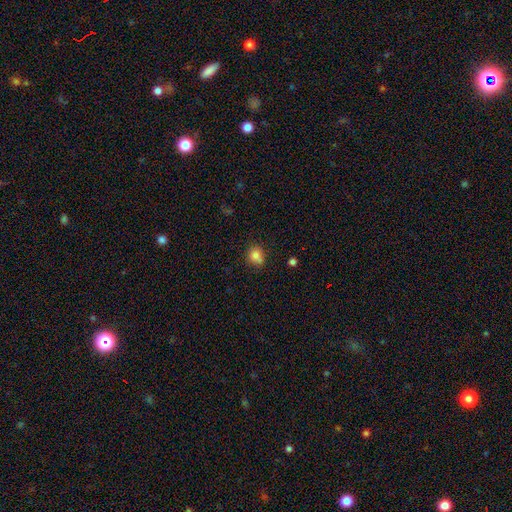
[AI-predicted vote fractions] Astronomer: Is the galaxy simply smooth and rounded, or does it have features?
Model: smooth — 83%.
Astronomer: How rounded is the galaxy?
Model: round — 63%.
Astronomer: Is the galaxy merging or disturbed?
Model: none — 73%.